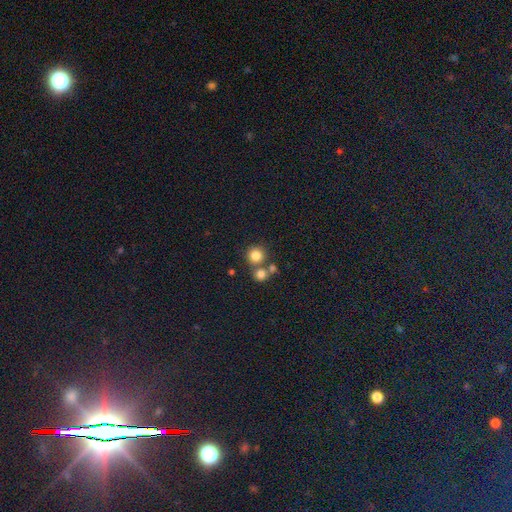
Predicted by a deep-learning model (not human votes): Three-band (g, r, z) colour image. It shows a smooth galaxy with no disk features (80%) that is round (92%). Merging: none (65%).